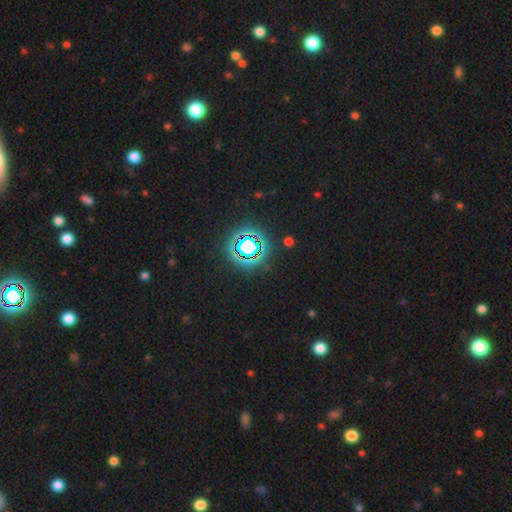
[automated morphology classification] Smooth or featured: star or artifact — 80% (smooth — 13%)